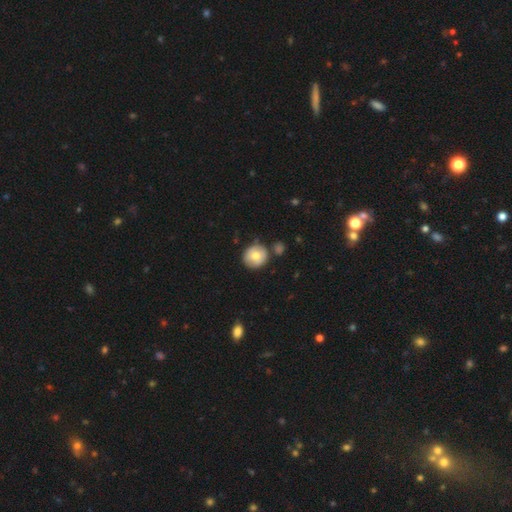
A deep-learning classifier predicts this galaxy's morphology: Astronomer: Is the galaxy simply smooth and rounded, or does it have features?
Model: smooth — 72%.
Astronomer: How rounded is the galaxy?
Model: round — 89%.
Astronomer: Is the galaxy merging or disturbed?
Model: none — 72%.